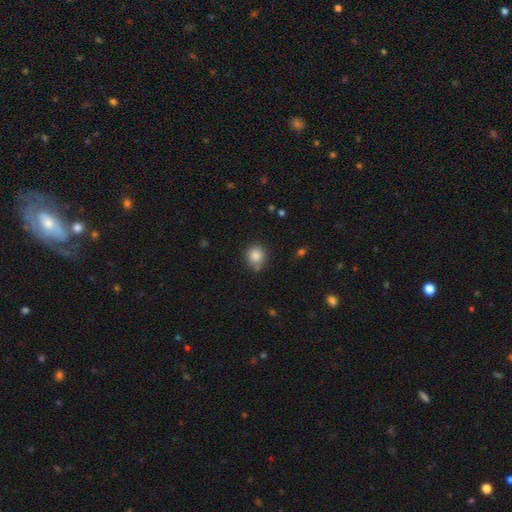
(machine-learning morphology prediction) Q: Smooth or featured?
A: smooth (85%); runner-up: star or artifact (10%)
Q: How rounded?
A: round (87%); runner-up: in between (12%)
Q: Merging?
A: none (75%); runner-up: minor disturbance (16%)